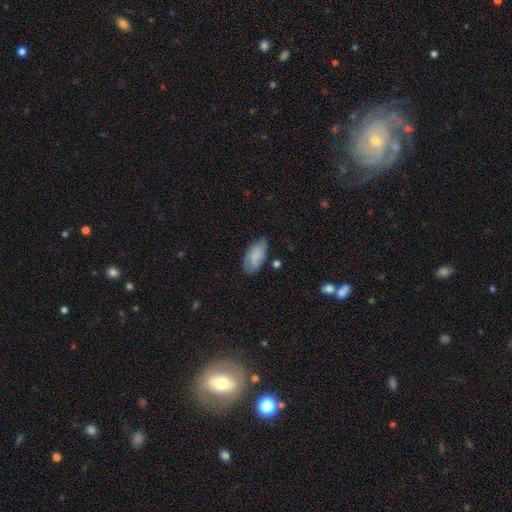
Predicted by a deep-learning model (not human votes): Overall: smooth (66%; featured or disk 27%). How rounded: in between (93%). Merging: none (69%).